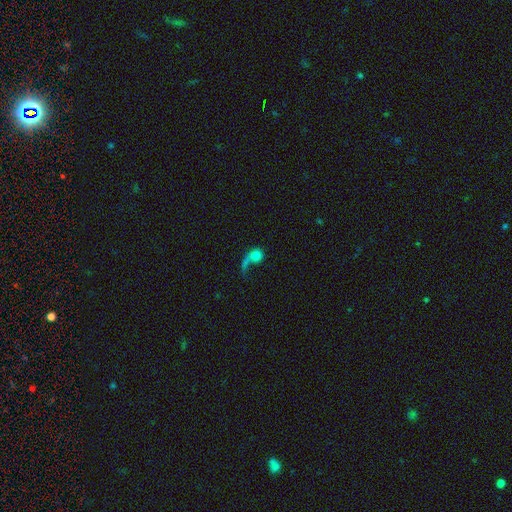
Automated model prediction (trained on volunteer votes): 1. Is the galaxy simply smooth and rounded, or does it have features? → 55% smooth, 34% featured or disk, 11% star or artifact.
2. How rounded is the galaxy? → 76% round, 21% in between, 3% cigar-shaped.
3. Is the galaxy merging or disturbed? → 47% major disturbance, 25% none, 14% merger, 13% minor disturbance.